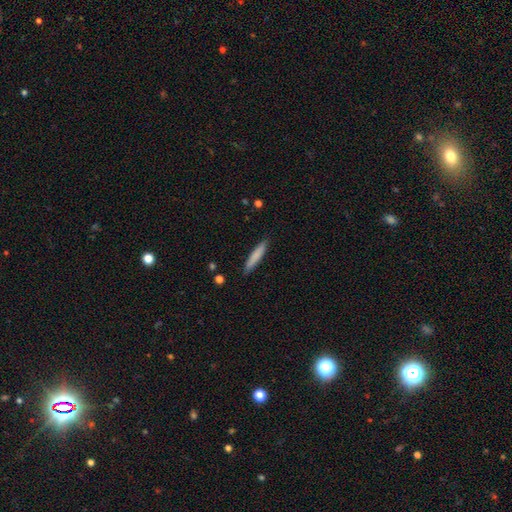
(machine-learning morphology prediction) The model was most divided on "smooth or featured": smooth: 80%, featured or disk: 15%, star or artifact: 6%. More confident: how rounded — cigar-shaped (91%); merging — none (89%).